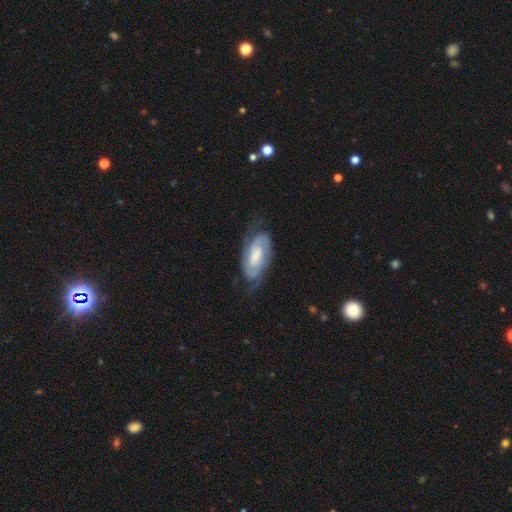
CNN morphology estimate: Overall: featured or disk (81%). Edge-on disk: no (95%). Bar: no (48%; weak 39%). Spiral arms: yes (96%). Spiral arm count: 2 (75%). Spiral winding: tight (52%; medium 38%). Bulge size: moderate (35%; large 26%). Merging: none (69%).